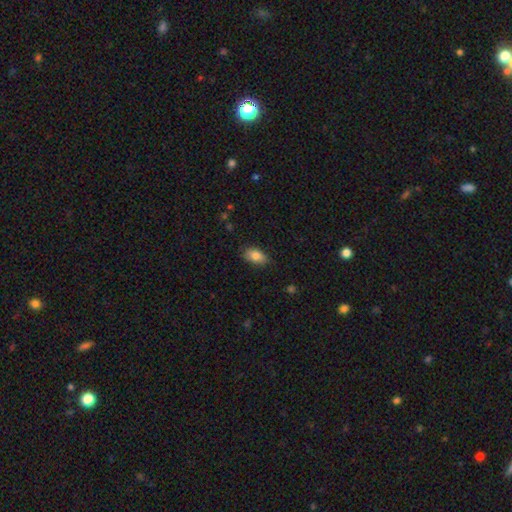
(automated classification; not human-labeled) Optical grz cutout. It shows a smooth galaxy with no disk features (84%) that is in between round and cigar-shaped (92%). Merging: none (84%).